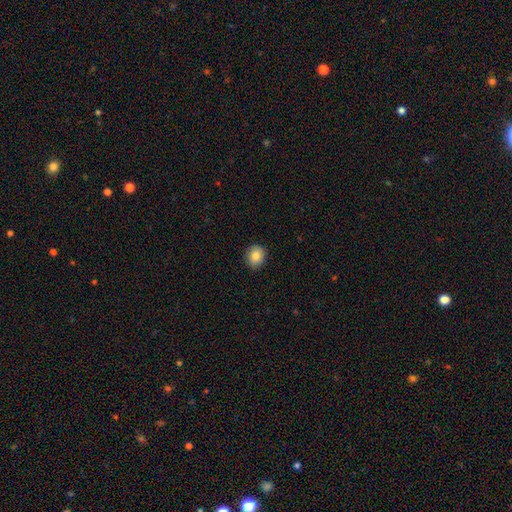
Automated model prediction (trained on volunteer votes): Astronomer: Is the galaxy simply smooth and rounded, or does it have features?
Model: smooth — 86%.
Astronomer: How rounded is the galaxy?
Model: round — 66%.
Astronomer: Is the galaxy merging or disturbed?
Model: none — 88%.